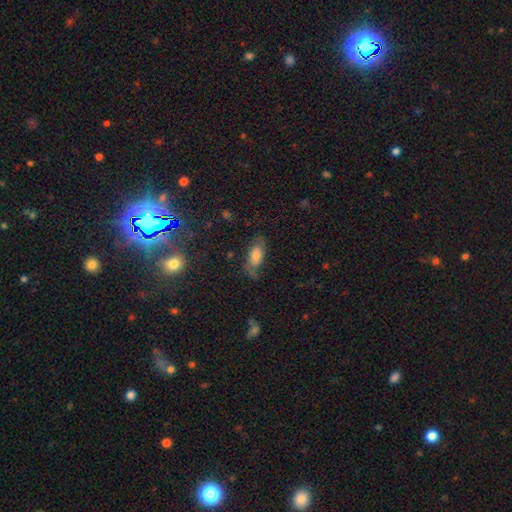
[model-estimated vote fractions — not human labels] smooth-or-featured: smooth: 44% (tied) | featured or disk: 44% (tied) | star or artifact: 13%
  merging: none: 59% | minor disturbance: 24% | major disturbance: 14% | merger: 2%